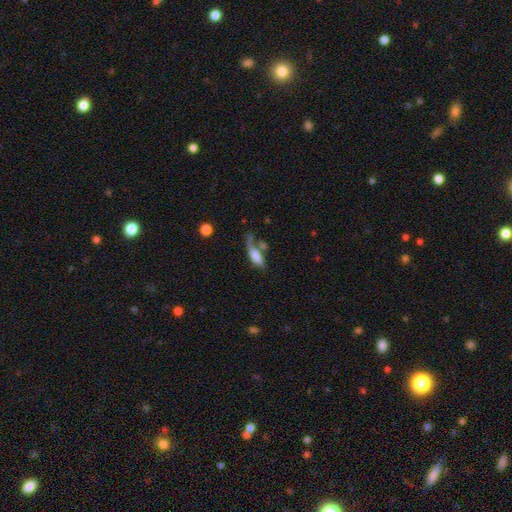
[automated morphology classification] Overall: smooth (63%; featured or disk 28%). How rounded: in between (66%; cigar-shaped 30%). Merging: none (29%; merger 27%).